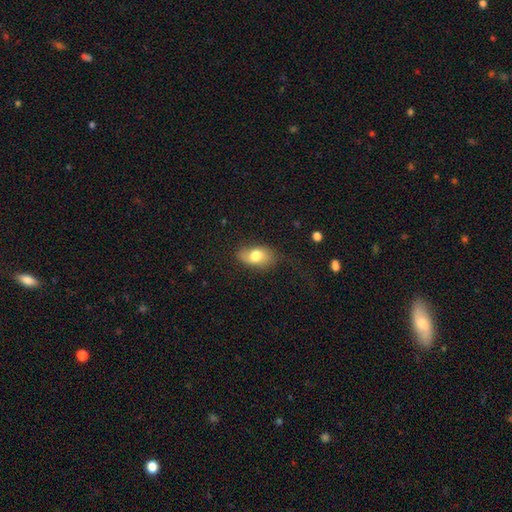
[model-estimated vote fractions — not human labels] This is likely a smooth galaxy (73%). How rounded: clearly in between (89%). Merging: likely none (61%).